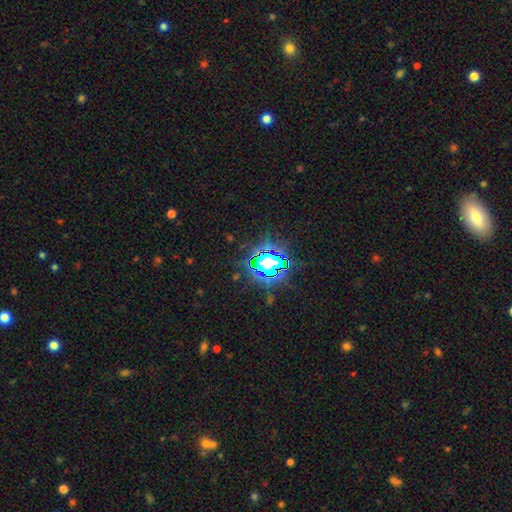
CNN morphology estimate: A star or artifact, not a galaxy (81%).

Vote fractions:
- Smooth or featured? star or artifact: 81% / smooth: 12% / featured or disk: 7%